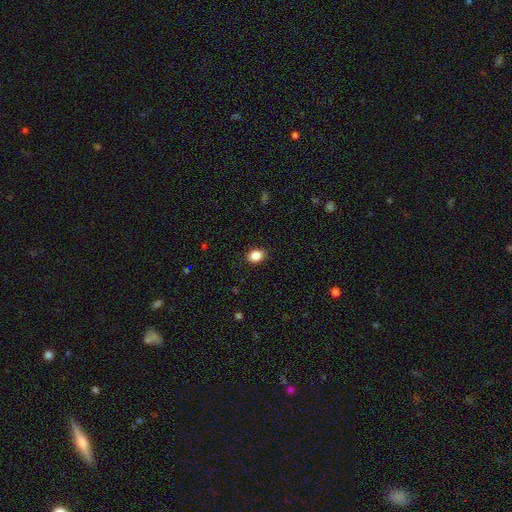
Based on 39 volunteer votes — This appears to be a smooth galaxy with no disk features (87%) that is round (56%). Merging: none (97%).